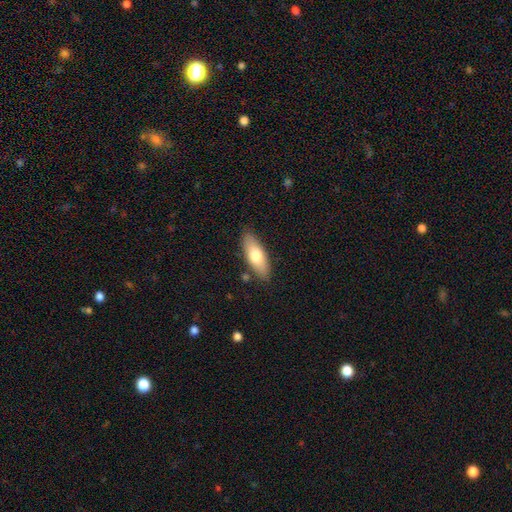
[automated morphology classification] smooth_or_featured: smooth (p=0.71) [alt: featured or disk p=0.23]
how_rounded: in between (p=0.72) [alt: cigar-shaped p=0.26]
merging: none (p=0.85) [alt: minor disturbance p=0.11]